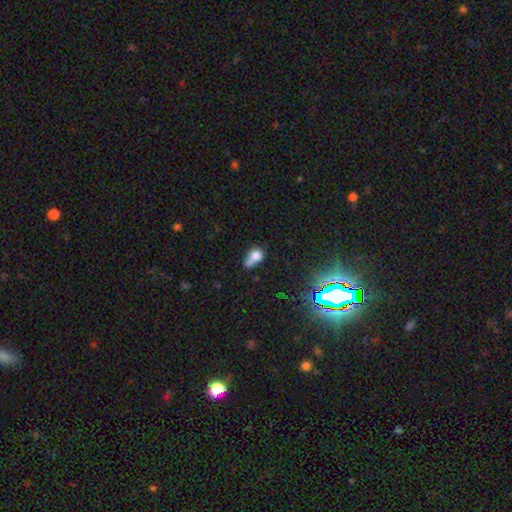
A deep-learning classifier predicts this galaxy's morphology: Smooth or featured? smooth (71%)
How rounded? in between (59%)
Merging? merger (34%)